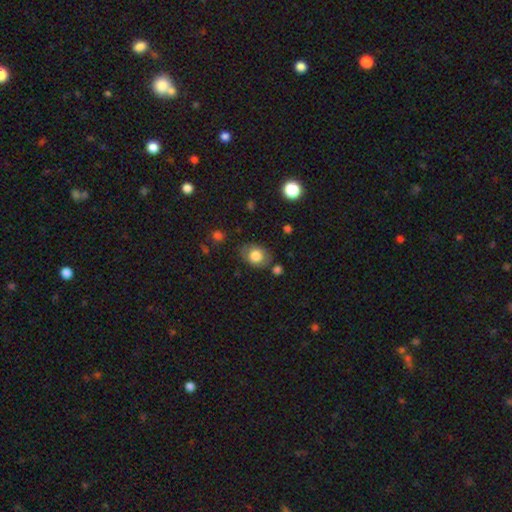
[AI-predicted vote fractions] Smooth or featured: smooth — 77% (featured or disk — 15%)
How rounded: in between — 61% (round — 38%)
Merging: none — 73% (minor disturbance — 18%)